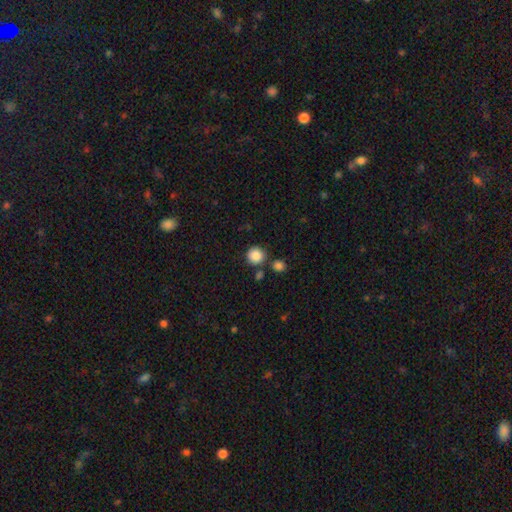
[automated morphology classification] smooth-or-featured: smooth: 87% | star or artifact: 10% | featured or disk: 4%
  how-rounded: round: 93% | in between: 6% | cigar-shaped: 1%
  merging: none: 78% | merger: 10% | minor disturbance: 9% | major disturbance: 3%